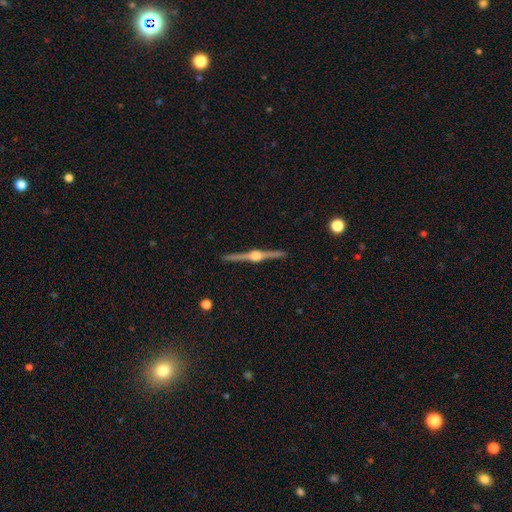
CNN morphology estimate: Smooth or featured: featured or disk — 88% (star or artifact — 6%)
Edge-on disk: yes — 99% (no — 1%)
Edge-on bulge: rounded — 94% (boxy — 5%)
Merging: none — 92% (minor disturbance — 5%)